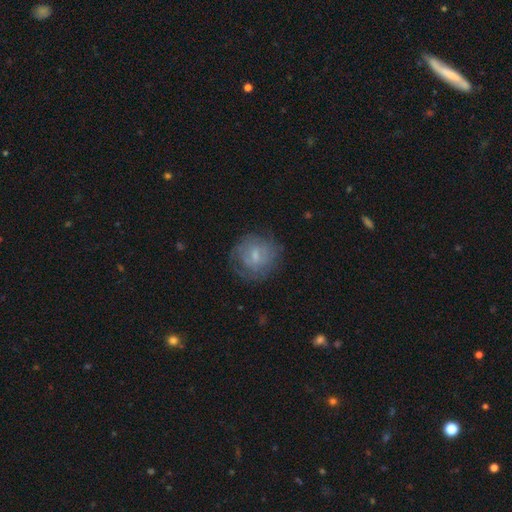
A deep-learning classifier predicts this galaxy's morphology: Smooth or featured? Predicted: smooth (p=0.46). Merging? Predicted: none (p=0.65).